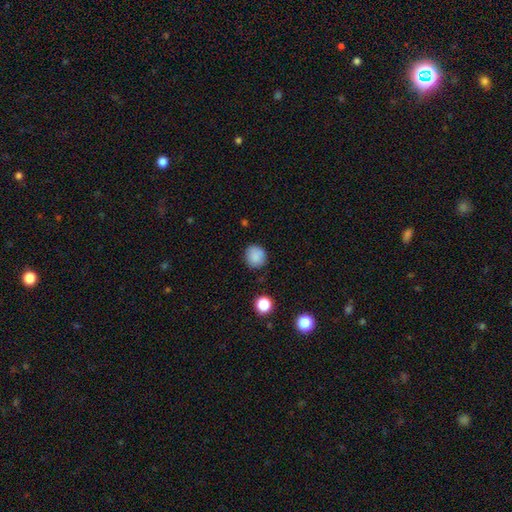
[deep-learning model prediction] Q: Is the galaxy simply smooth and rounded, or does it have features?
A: smooth — 85%.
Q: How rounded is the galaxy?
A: round — 86%.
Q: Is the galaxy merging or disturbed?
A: none — 82%.